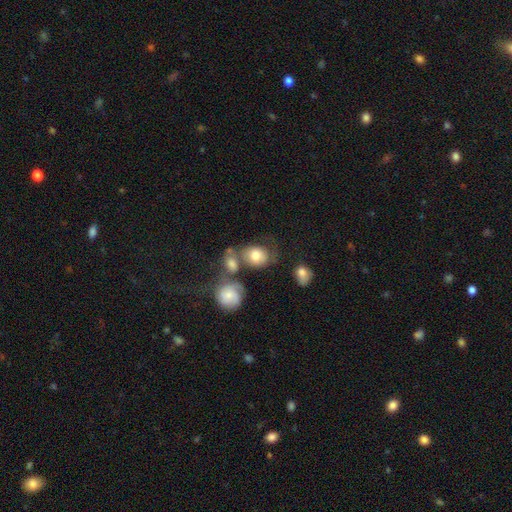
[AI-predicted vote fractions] smooth_or_featured: smooth (p=0.73) [alt: featured or disk p=0.19]
how_rounded: in between (p=0.53) [alt: round p=0.46]
merging: none (p=0.39) [alt: merger p=0.28]